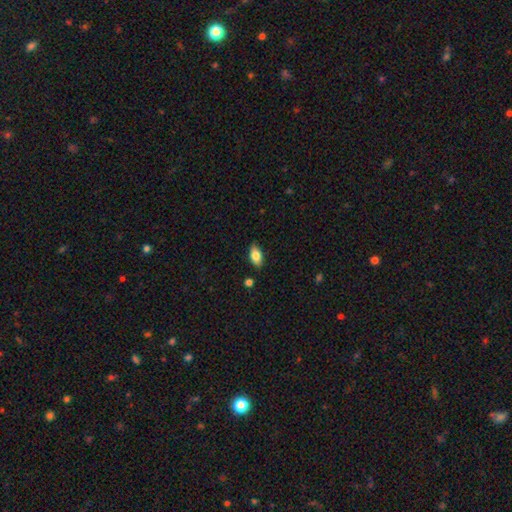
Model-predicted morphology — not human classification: smooth-or-featured: smooth: 81% | featured or disk: 12% | star or artifact: 7%
  how-rounded: in between: 90% | round: 5% | cigar-shaped: 5%
  merging: none: 85% | minor disturbance: 11% | major disturbance: 2% | merger: 2%